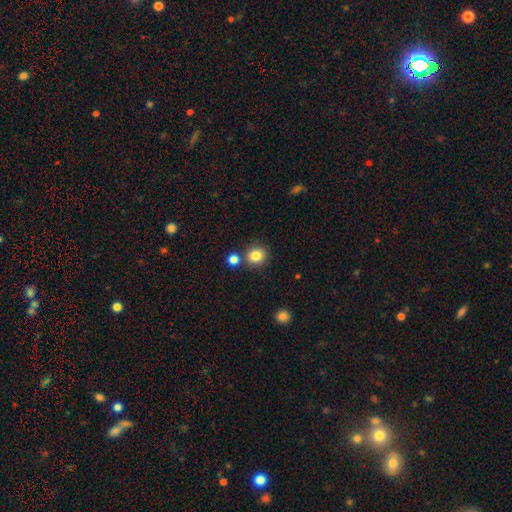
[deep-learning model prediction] Smooth or featured? Predicted: smooth (p=0.83). How rounded? Predicted: round (p=0.84). Merging? Predicted: none (p=0.77).